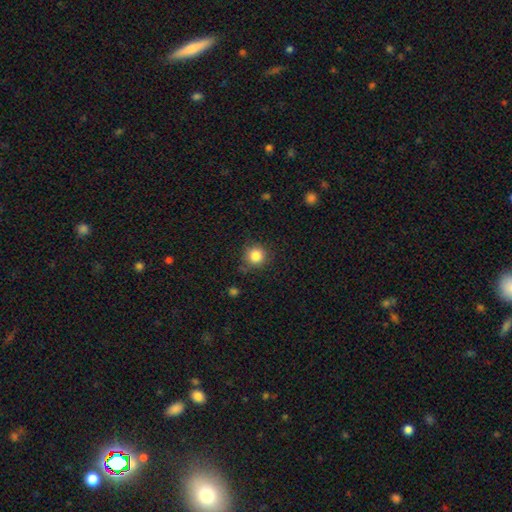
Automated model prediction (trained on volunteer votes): smooth-or-featured: smooth: 85% | star or artifact: 11% | featured or disk: 5%
  how-rounded: round: 93% | in between: 6% | cigar-shaped: 1%
  merging: none: 83% | minor disturbance: 11% | major disturbance: 3% | merger: 3%